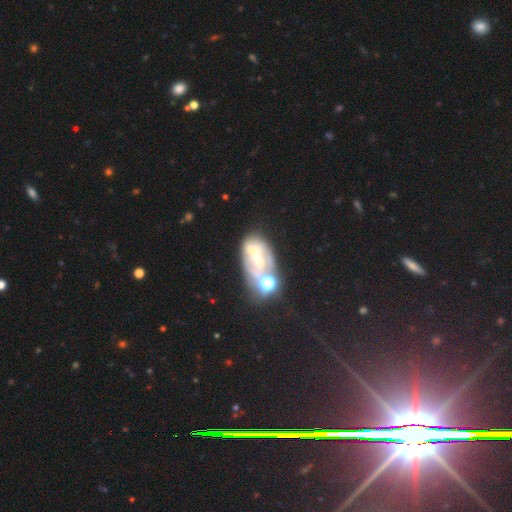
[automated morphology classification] A featured or disk galaxy (57%) with no bar (64%), no spiral arms (66%) and a small central bulge (35%). Merging: merger (31%).